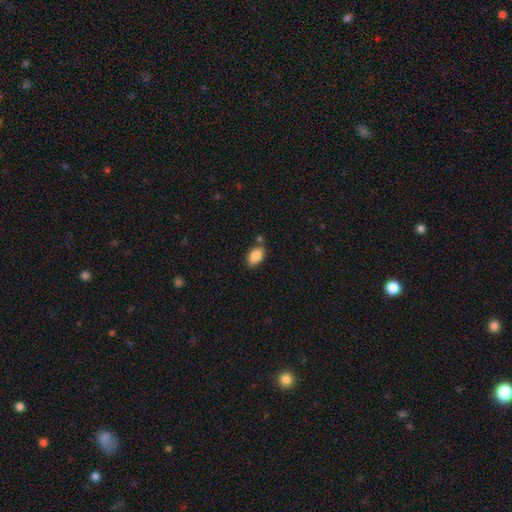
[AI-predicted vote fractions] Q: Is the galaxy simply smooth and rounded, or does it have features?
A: smooth — 87%.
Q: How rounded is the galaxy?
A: in between — 91%.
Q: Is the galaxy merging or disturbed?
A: none — 77%.